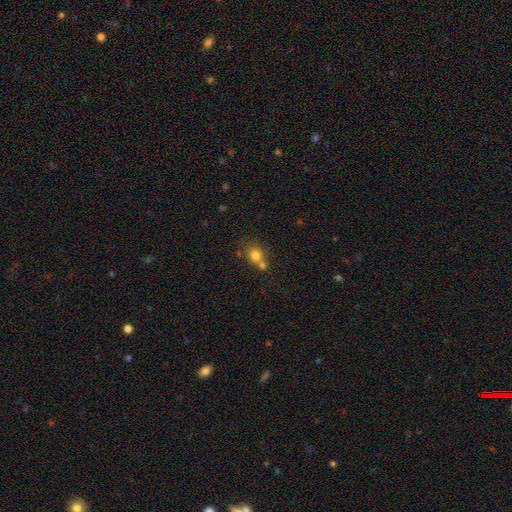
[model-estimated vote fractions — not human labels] A smooth galaxy with no disk features (76%) that is round (73%).

Vote fractions:
- Smooth or featured? smooth: 76% / star or artifact: 12% / featured or disk: 11%
- How rounded? round: 73% / in between: 26% / cigar-shaped: 1%
- Merging? merger: 44% / none: 41% / minor disturbance: 10% / major disturbance: 5%